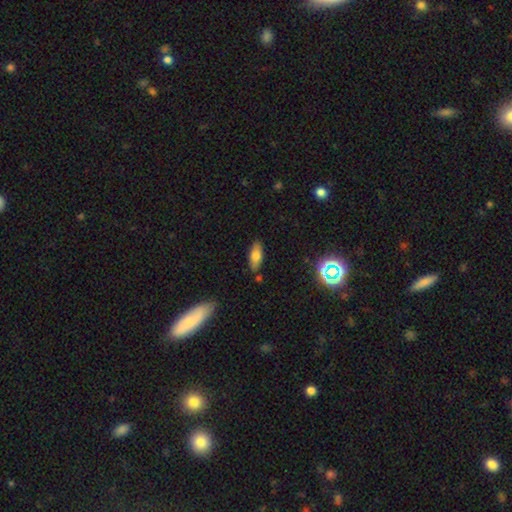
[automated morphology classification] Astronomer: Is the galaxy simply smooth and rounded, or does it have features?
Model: smooth — 71%.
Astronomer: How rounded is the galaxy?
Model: in between — 80%.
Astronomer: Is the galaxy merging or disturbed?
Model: none — 82%.